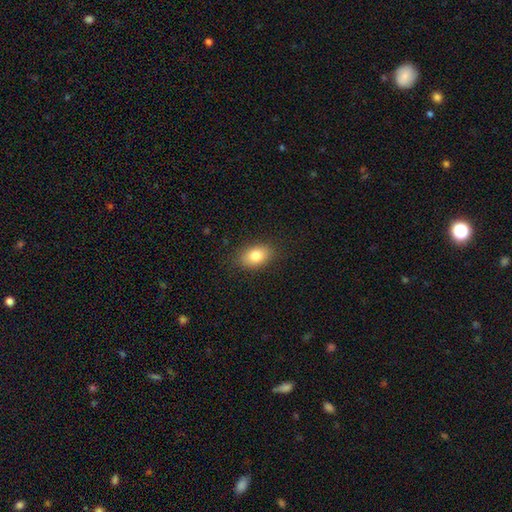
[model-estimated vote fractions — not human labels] This is clearly a smooth galaxy (81%). How rounded: clearly in between (84%). Merging: clearly none (86%).